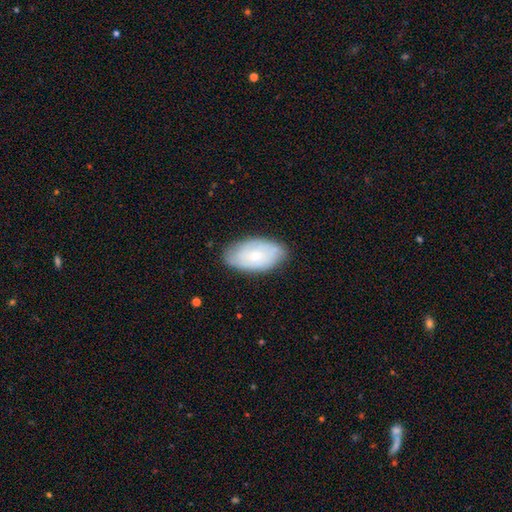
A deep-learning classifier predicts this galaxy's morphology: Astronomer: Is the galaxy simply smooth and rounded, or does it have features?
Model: smooth — 51% (runner-up: featured or disk, 43%).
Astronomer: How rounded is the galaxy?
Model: in between — 94%.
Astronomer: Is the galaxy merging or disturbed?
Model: none — 79%.